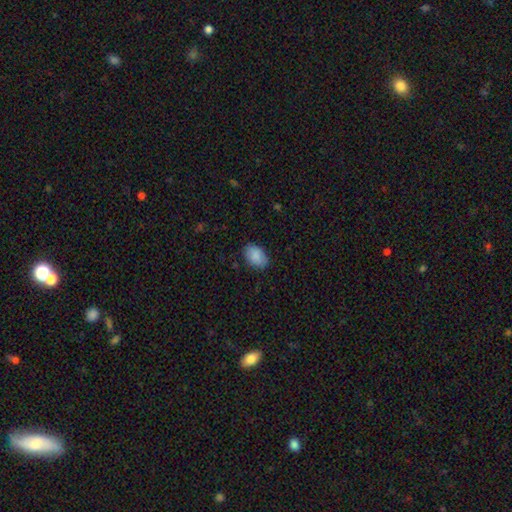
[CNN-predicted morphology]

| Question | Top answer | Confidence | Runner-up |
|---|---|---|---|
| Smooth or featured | smooth | 89% | star or artifact (7%) |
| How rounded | in between | 87% | round (12%) |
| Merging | none | 83% | minor disturbance (13%) |